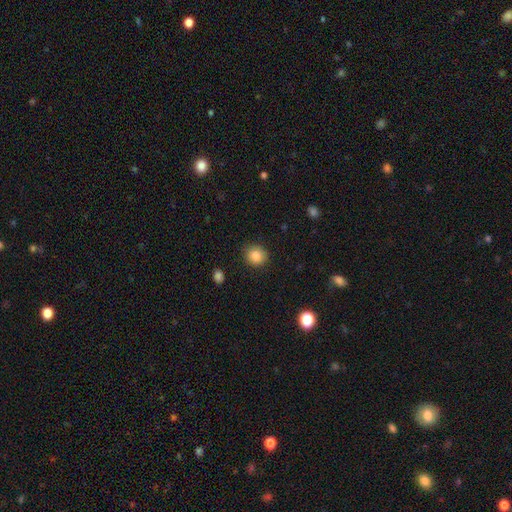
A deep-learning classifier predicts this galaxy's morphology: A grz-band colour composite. It shows a smooth galaxy with no disk features (85%) that is round (84%). Merging: none (89%).